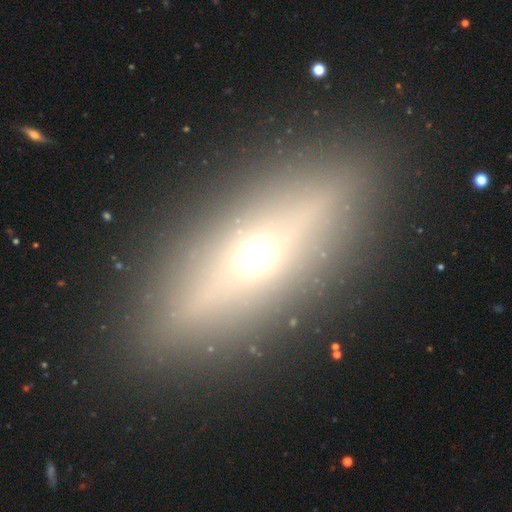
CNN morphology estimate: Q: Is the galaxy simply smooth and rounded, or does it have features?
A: featured or disk — 59%.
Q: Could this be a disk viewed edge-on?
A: yes — 83%.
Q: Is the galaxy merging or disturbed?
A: none — 88%.